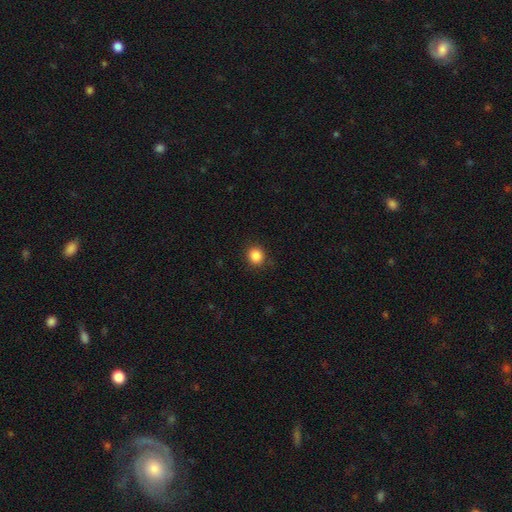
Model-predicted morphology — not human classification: Smooth or featured? Predicted: smooth (p=0.86). How rounded? Predicted: round (p=0.84). Merging? Predicted: none (p=0.89).